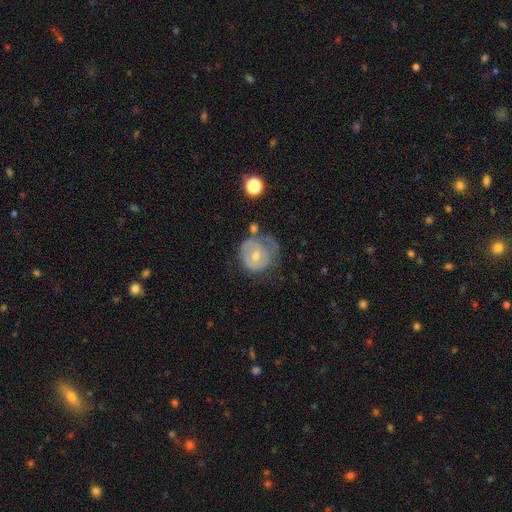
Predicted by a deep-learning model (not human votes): A featured or disk galaxy (52%) with no bar (58%), spiral arms (58%) and a moderate central bulge (49%).

Vote fractions:
- Smooth or featured? featured or disk: 52% / smooth: 40% / star or artifact: 7%
- Edge-on disk? no: 97% / yes: 3%
- Bar? no: 58% / weak: 35% / strong: 7%
- Spiral arms? yes: 58% / no: 42%
- Bulge size? moderate: 49% / small: 46% / none: 2% / large: 2% / dominant: 1%
- Merging? none: 39% / minor disturbance: 29% / major disturbance: 24% / merger: 8%